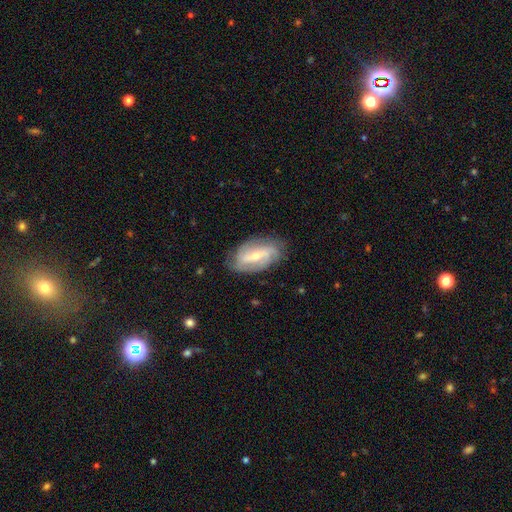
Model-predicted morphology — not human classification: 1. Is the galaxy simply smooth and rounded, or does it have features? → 80% featured or disk, 14% smooth, 6% star or artifact.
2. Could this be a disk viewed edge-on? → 94% no, 6% yes.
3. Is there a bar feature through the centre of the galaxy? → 41% strong (tied), 41% weak (tied), 18% no.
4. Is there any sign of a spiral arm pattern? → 92% yes, 8% no.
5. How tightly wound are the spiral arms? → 40% tight (tied), 40% medium (tied), 20% loose.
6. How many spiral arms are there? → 52% 2, 20% can't tell, 17% 3, 5% 4, 3% 1, 3% more than 4.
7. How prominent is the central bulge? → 55% small, 40% moderate, 2% large, 2% none, 1% dominant.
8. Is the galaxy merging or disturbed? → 78% none, 16% minor disturbance, 5% major disturbance, 1% merger.